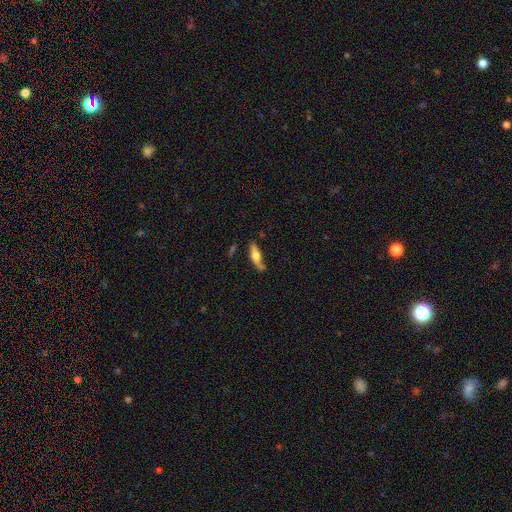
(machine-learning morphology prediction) The model was most divided on "smooth or featured": smooth: 52%, featured or disk: 41%, star or artifact: 6%. More confident: merging — none (66%); how rounded — cigar-shaped (54%).